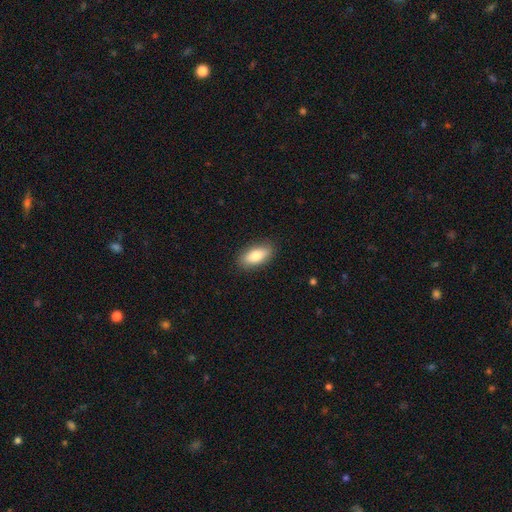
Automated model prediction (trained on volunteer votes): The model was most divided on "smooth or featured": smooth: 79%, featured or disk: 15%, star or artifact: 6%. More confident: merging — none (88%); how rounded — in between (85%).